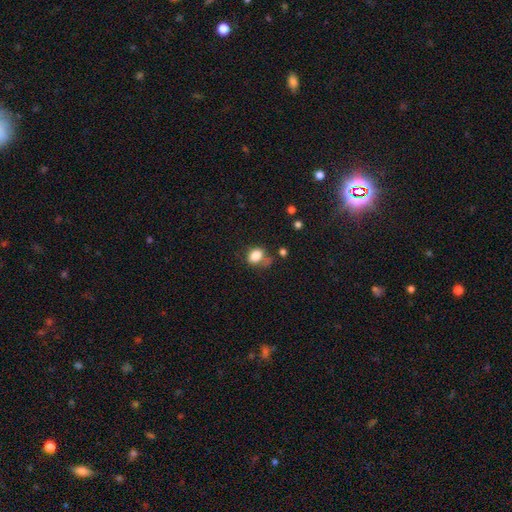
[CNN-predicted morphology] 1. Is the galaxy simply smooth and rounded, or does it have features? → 83% smooth, 10% star or artifact, 7% featured or disk.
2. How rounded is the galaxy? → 60% in between, 39% round, 1% cigar-shaped.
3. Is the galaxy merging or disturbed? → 49% none, 27% minor disturbance, 13% major disturbance, 11% merger.